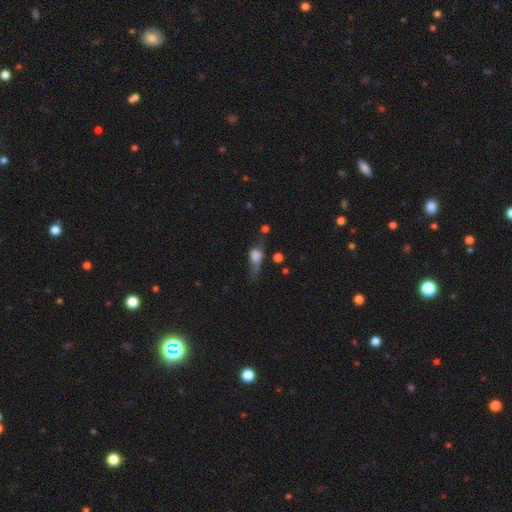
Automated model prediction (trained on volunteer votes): Smooth or featured: smooth — 53% (featured or disk — 34%)
How rounded: in between — 54% (round — 28%)
Merging: major disturbance — 38% (none — 28%)